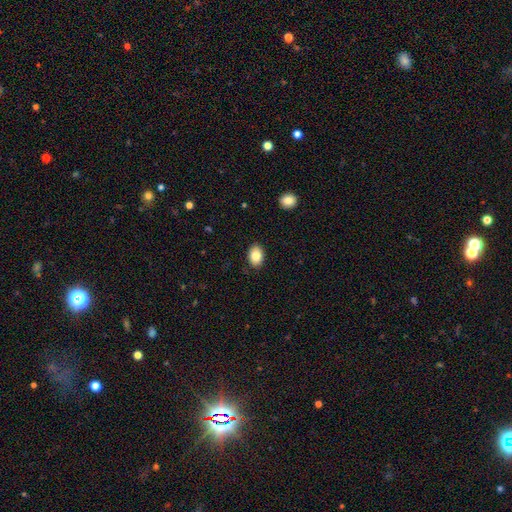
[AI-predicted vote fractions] smooth 85%, star or artifact 7%, featured or disk 7%. Down the decision tree: how rounded — in between (86%); merging — none (88%).